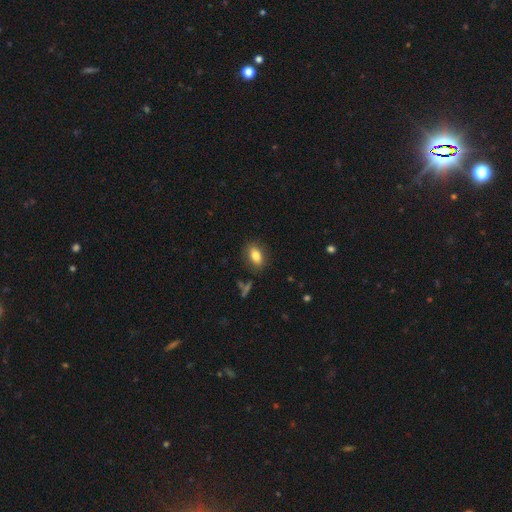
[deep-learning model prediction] smooth-or-featured: smooth: 81% | featured or disk: 10% | star or artifact: 9%
  how-rounded: in between: 82% | round: 16% | cigar-shaped: 3%
  merging: none: 84% | minor disturbance: 11% | major disturbance: 3% | merger: 2%